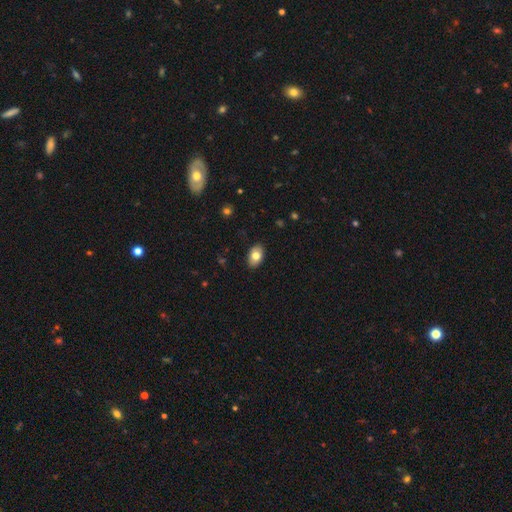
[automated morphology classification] type=smooth (78%); roundness=in between (90%); merging=none (88%).